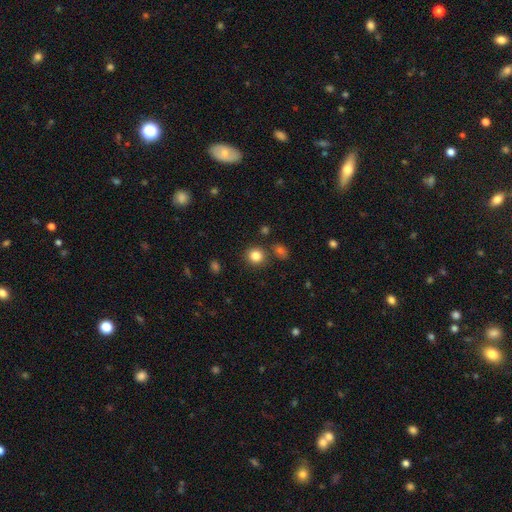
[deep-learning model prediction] Smooth or featured? Predicted: smooth (p=0.83). How rounded? Predicted: round (p=0.89). Merging? Predicted: none (p=0.83).